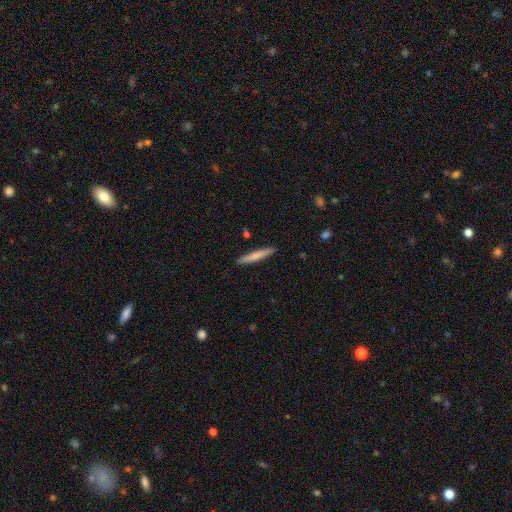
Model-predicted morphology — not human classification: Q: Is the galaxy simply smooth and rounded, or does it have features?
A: smooth — 68%.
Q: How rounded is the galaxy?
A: cigar-shaped — 95%.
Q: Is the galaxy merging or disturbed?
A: none — 91%.